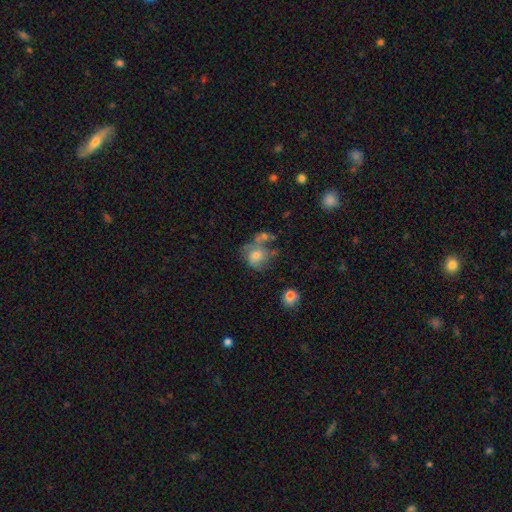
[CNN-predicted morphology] smooth 58%, featured or disk 32%, star or artifact 11%. Down the decision tree: how rounded — round (69%); merging — none (36%).